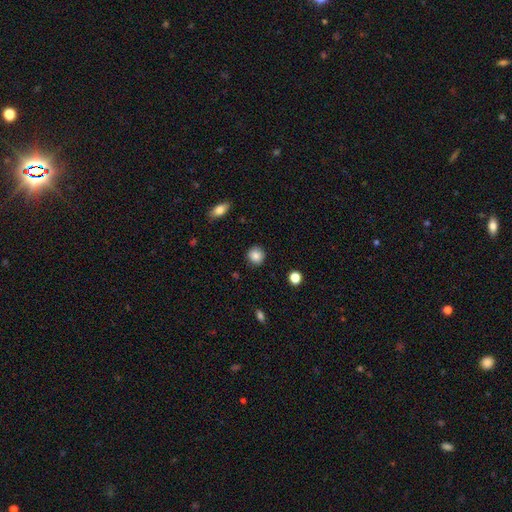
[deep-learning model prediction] Smooth or featured? Predicted: smooth (p=0.86). How rounded? Predicted: round (p=0.89). Merging? Predicted: none (p=0.90).